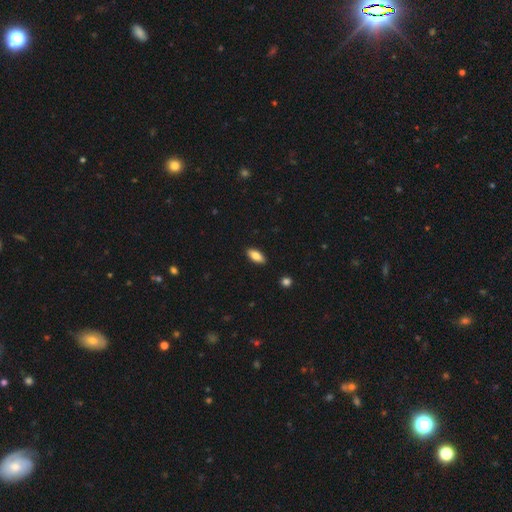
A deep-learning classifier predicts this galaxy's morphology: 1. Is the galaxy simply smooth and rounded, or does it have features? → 82% smooth, 11% featured or disk, 7% star or artifact.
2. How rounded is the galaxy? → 85% in between, 13% cigar-shaped, 2% round.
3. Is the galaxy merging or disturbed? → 89% none, 8% minor disturbance, 2% major disturbance, 1% merger.